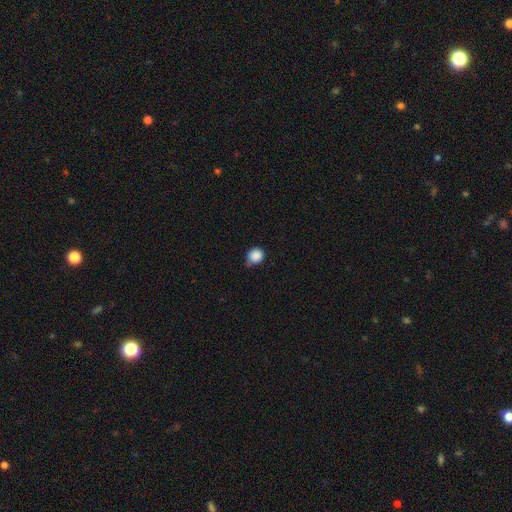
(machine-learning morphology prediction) This appears to be a smooth galaxy with no disk features (88%) that is round (87%). Merging: none (64%).